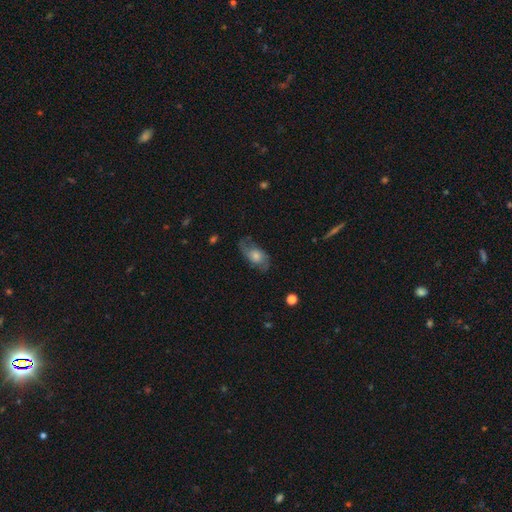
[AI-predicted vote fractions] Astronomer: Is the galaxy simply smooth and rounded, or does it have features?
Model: featured or disk — 47% (runner-up: smooth, 45%).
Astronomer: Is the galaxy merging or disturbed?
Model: none — 65%.